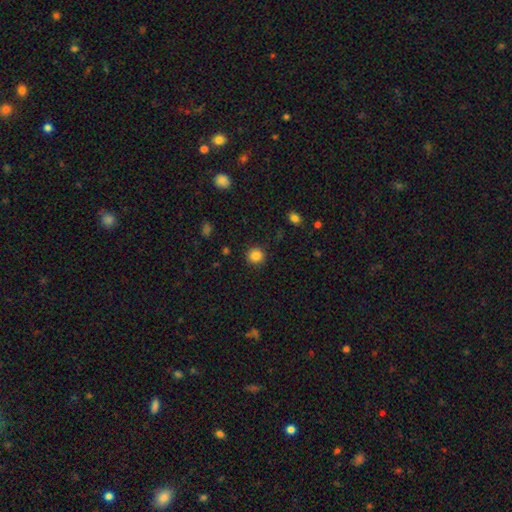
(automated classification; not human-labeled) Smooth or featured?
  - smooth: 85% *
  - star or artifact: 11%
  - featured or disk: 4%
How rounded?
  - round: 92% *
  - in between: 7%
  - cigar-shaped: 1%
Merging?
  - none: 90% *
  - minor disturbance: 6%
  - major disturbance: 2%
  - merger: 1%